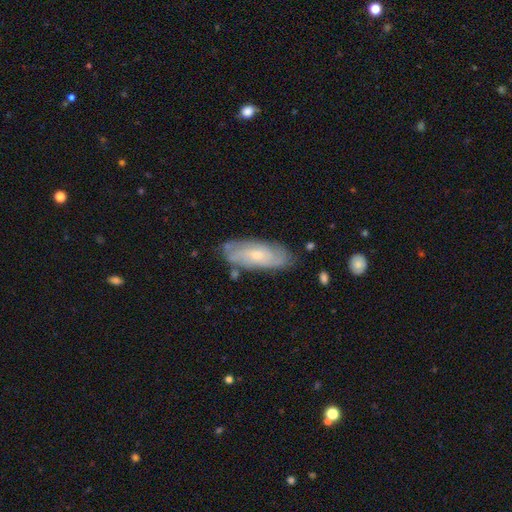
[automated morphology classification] smooth_or_featured: featured or disk (p=0.57) [alt: smooth p=0.30]
disk_edge_on: no (p=0.78) [alt: yes p=0.22]
merging: none (p=0.81) [alt: minor disturbance p=0.14]